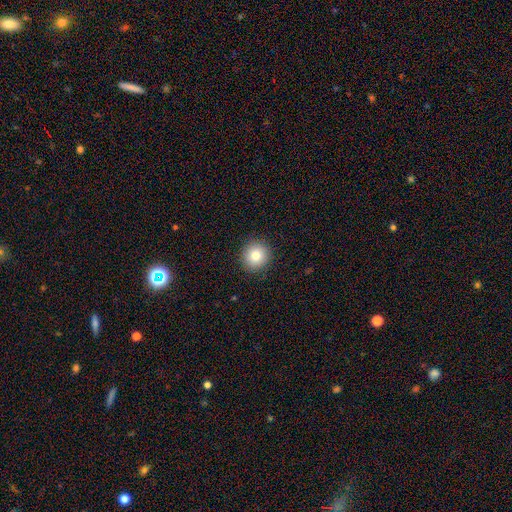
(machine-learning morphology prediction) smooth-or-featured: smooth: 82% | star or artifact: 11% | featured or disk: 8%
  how-rounded: round: 91% | in between: 8% | cigar-shaped: 1%
  merging: none: 91% | minor disturbance: 6% | major disturbance: 2% | merger: 1%